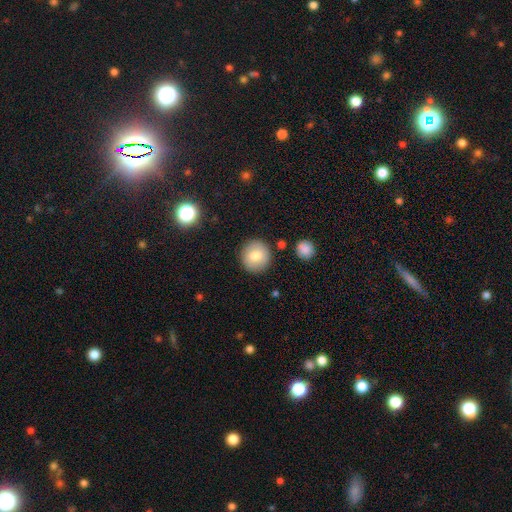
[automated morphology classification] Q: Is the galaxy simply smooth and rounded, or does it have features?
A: smooth — 81%.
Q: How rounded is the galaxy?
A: round — 93%.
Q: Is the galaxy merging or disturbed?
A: none — 87%.